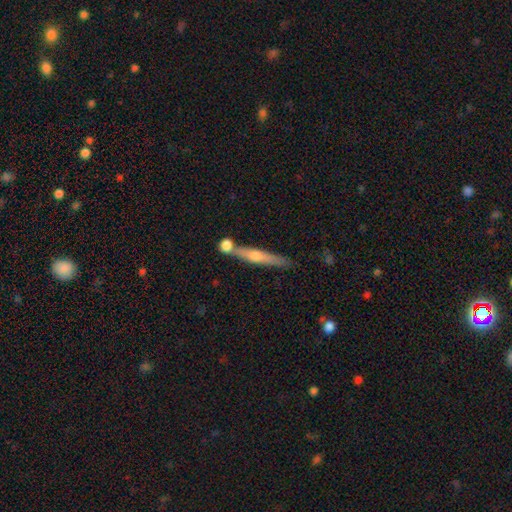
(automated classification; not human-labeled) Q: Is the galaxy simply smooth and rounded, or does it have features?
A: featured or disk — 62%.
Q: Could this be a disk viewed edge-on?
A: yes — 95%.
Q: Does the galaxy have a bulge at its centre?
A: rounded — 81%.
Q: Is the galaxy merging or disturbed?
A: none — 74%.